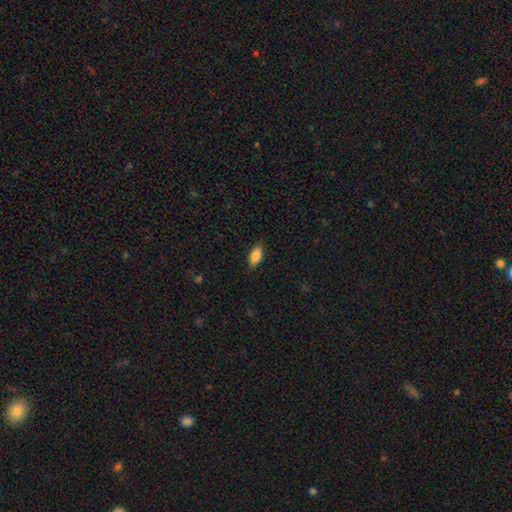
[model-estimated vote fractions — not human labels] smooth_or_featured: smooth (p=0.85) [alt: featured or disk p=0.08]
how_rounded: in between (p=0.89) [alt: cigar-shaped p=0.09]
merging: none (p=0.86) [alt: minor disturbance p=0.11]